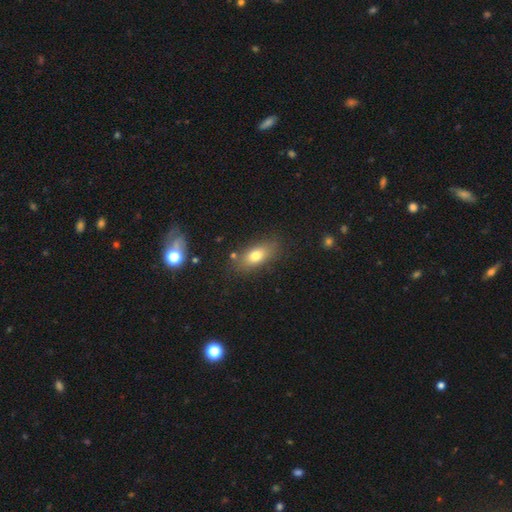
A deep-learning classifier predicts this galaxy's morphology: Smooth or featured: smooth — 76% (featured or disk — 15%)
How rounded: in between — 82% (cigar-shaped — 9%)
Merging: none — 78% (minor disturbance — 14%)